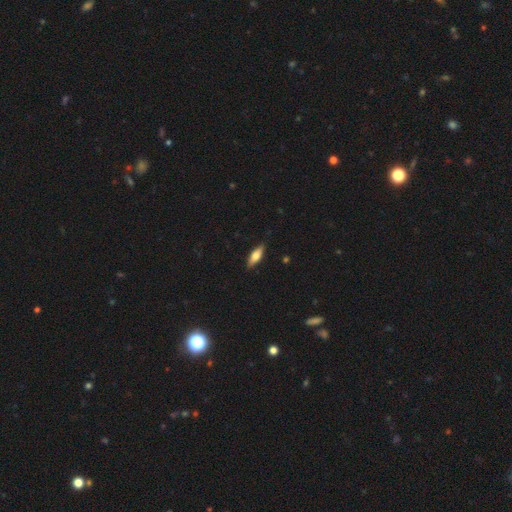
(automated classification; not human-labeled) This is likely a smooth galaxy (66%). How rounded: likely in between (62%). Merging: clearly none (86%).